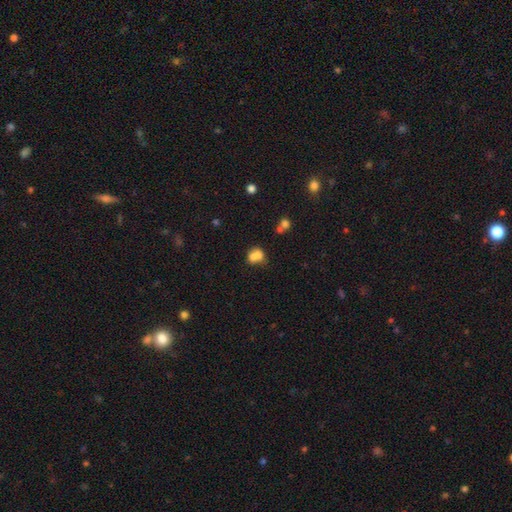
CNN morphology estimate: Smooth or featured: smooth — 73% (featured or disk — 16%)
How rounded: round — 53% (in between — 45%)
Merging: merger — 56% (none — 27%)